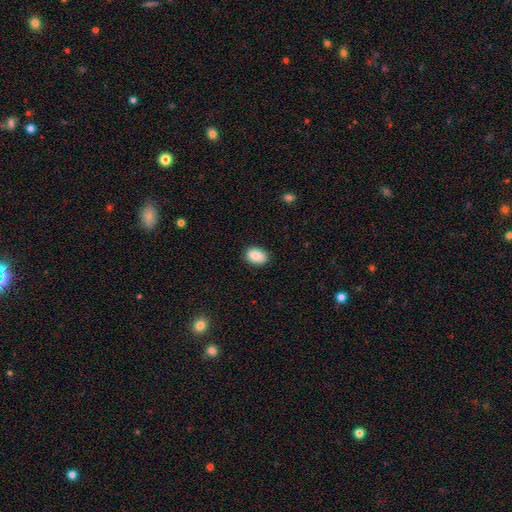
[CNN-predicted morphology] Smooth or featured? smooth (88%)
How rounded? in between (79%)
Merging? none (87%)